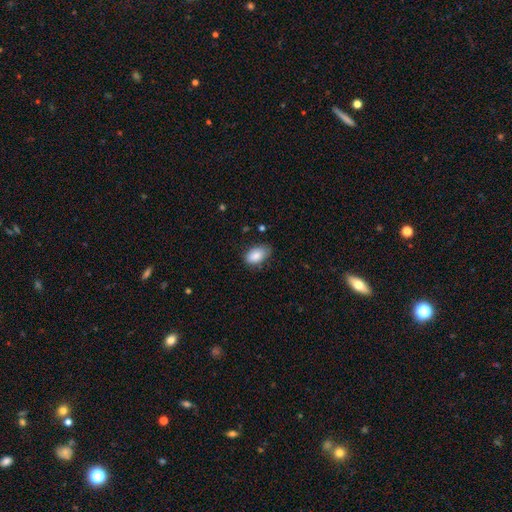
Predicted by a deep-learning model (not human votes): This appears to be a smooth galaxy with no disk features (86%) that is in between round and cigar-shaped (91%). Merging: none (71%).